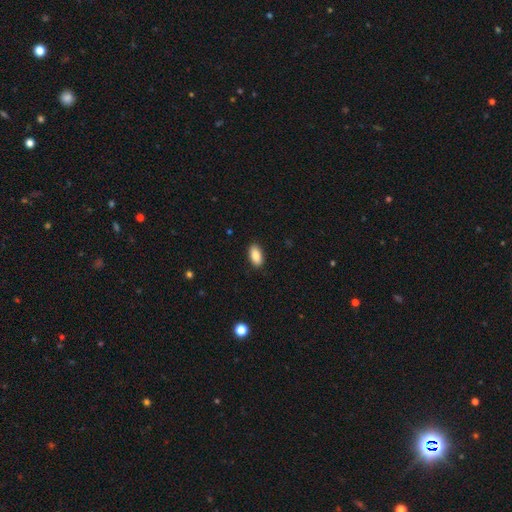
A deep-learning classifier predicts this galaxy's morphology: A smooth galaxy with no disk features (89%) that is in between round and cigar-shaped (92%). Merging: none (89%).